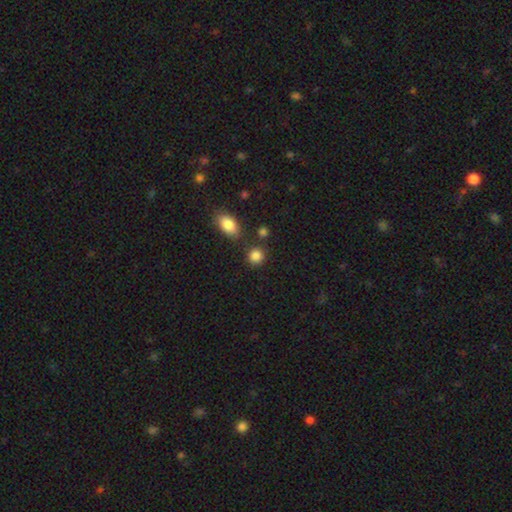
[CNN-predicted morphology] Smooth or featured? smooth (86%)
How rounded? round (83%)
Merging? none (79%)